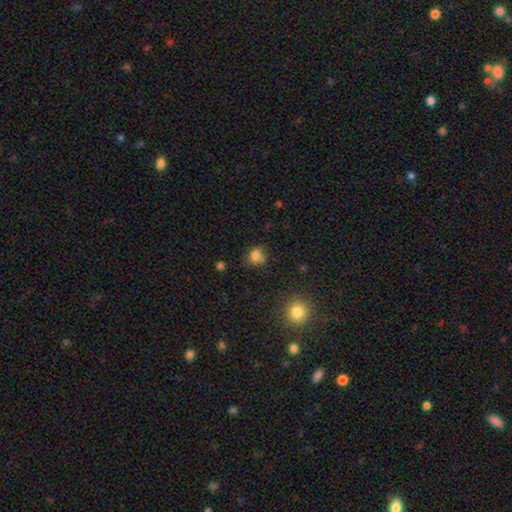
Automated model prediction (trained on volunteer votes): This appears to be a smooth galaxy with no disk features (79%) that is round (67%). Merging: none (59%).